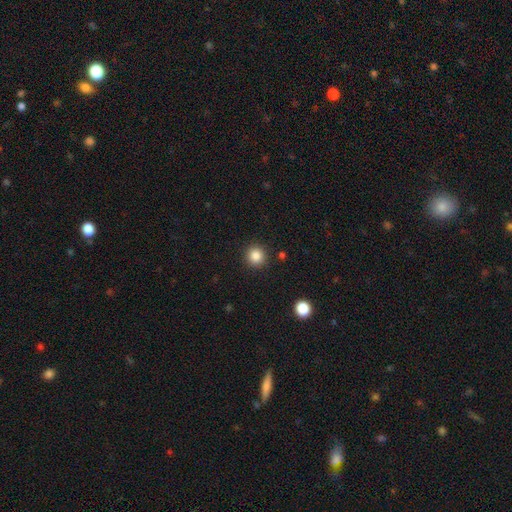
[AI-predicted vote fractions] Smooth or featured? smooth (85%)
How rounded? round (94%)
Merging? none (91%)